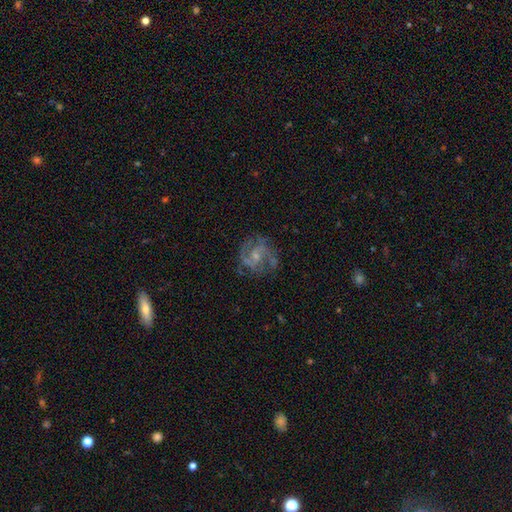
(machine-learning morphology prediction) This is likely a featured or disk galaxy (78%). It is clearly not viewed edge-on (98%). Bar: possibly no (50%). Spiral arm pattern: clearly yes (88%). Spiral arm count: possibly 2 (59%). Spiral winding: possibly medium (52%). Central bulge: possibly small (58%). Merging: likely none (65%).